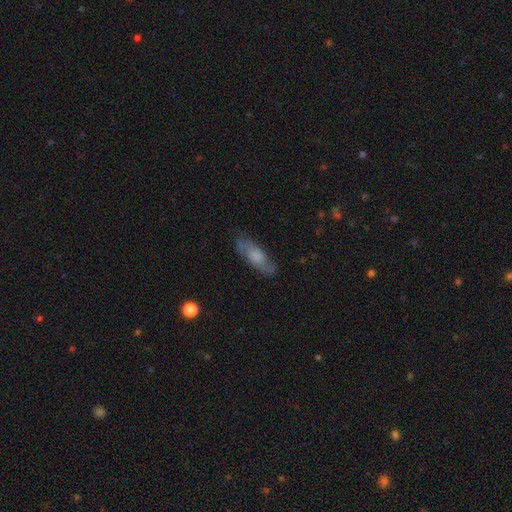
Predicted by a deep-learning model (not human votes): smooth_or_featured: smooth (p=0.49) [alt: featured or disk p=0.43]
merging: none (p=0.76) [alt: minor disturbance p=0.17]